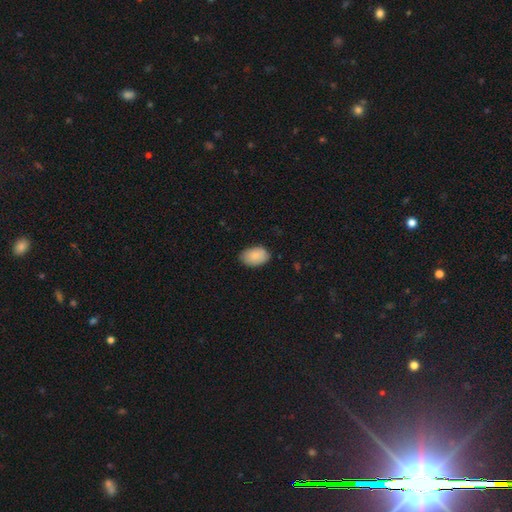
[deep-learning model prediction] Morphology: type=smooth (86%); roundness=in between (89%); merging=none (80%).